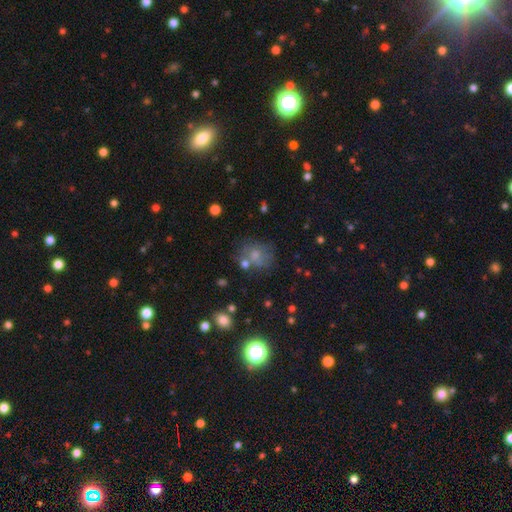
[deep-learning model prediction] smooth 63%, featured or disk 22%, star or artifact 15%. Down the decision tree: how rounded — round (67%); merging — none (51%).